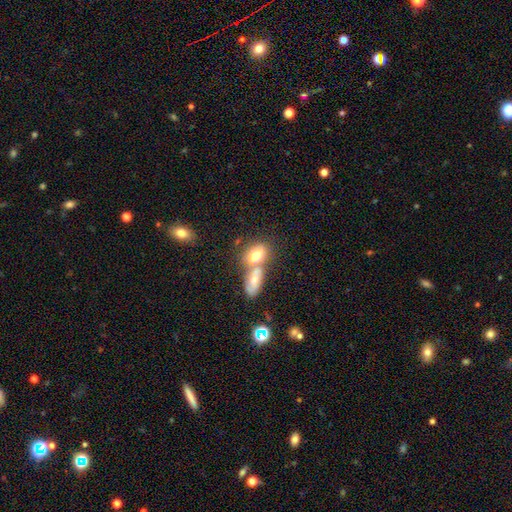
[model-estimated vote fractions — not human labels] smooth_or_featured: smooth (p=0.71) [alt: featured or disk p=0.21]
how_rounded: in between (p=0.81) [alt: round p=0.14]
merging: merger (p=0.55) [alt: none p=0.32]